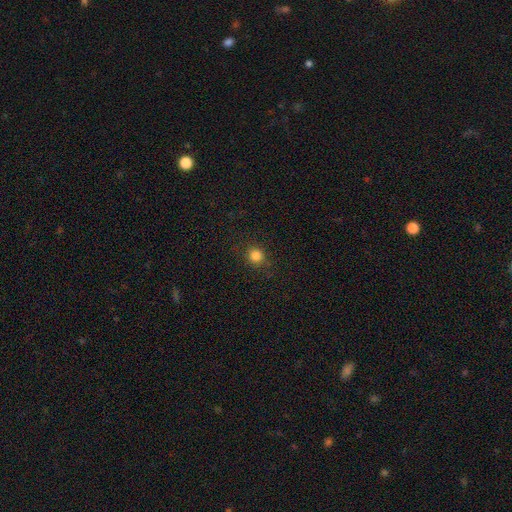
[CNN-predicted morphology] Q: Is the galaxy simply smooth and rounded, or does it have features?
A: smooth — 82%.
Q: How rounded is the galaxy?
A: round — 89%.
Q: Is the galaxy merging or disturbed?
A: none — 87%.